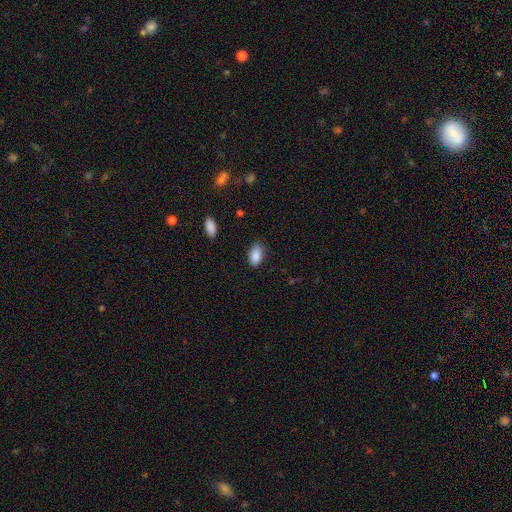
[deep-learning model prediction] smooth-or-featured: smooth: 88% | star or artifact: 7% | featured or disk: 5%
  how-rounded: in between: 93% | round: 4% | cigar-shaped: 3%
  merging: none: 78% | minor disturbance: 17% | major disturbance: 3% | merger: 1%